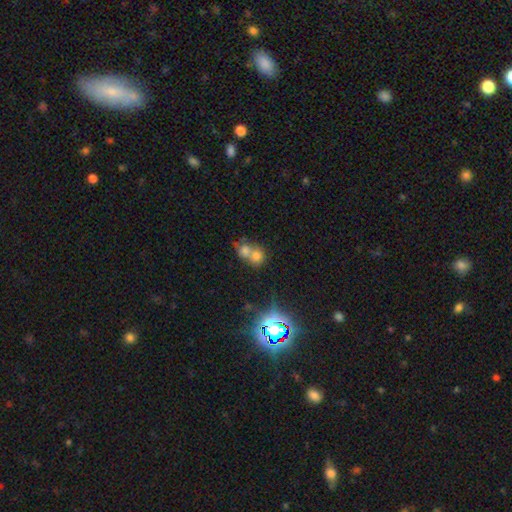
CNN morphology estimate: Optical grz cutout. It shows a smooth galaxy with no disk features (67%) that is round (69%). Merging: merger (65%).